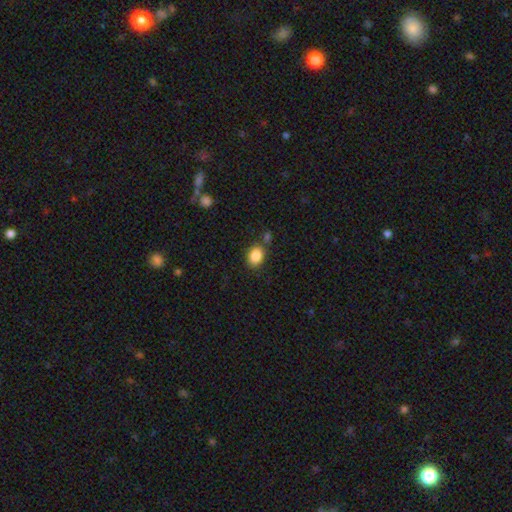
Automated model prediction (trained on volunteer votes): Smooth or featured? smooth (86%)
How rounded? in between (60%)
Merging? none (75%)